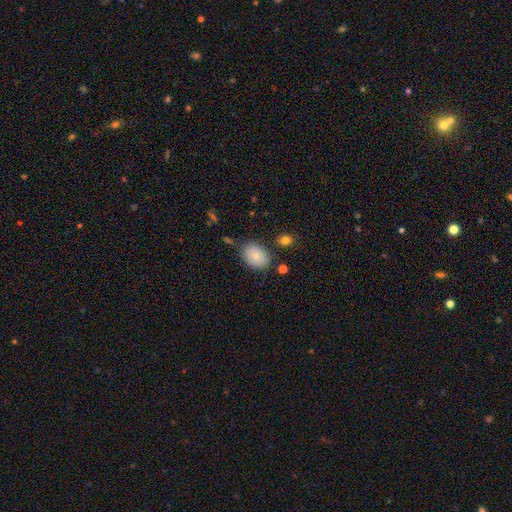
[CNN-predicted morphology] smooth_or_featured: smooth (p=0.84) [alt: featured or disk p=0.09]
how_rounded: in between (p=0.73) [alt: round p=0.26]
merging: none (p=0.77) [alt: minor disturbance p=0.15]